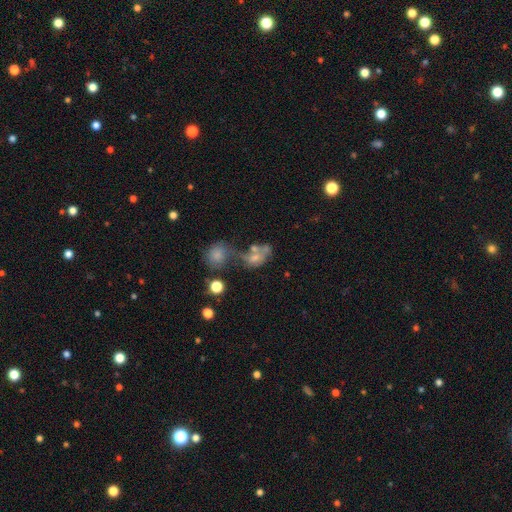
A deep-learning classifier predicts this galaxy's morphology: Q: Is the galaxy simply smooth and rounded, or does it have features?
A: smooth — 56%.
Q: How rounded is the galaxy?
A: in between — 70%.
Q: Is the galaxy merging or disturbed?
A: merger — 50%.